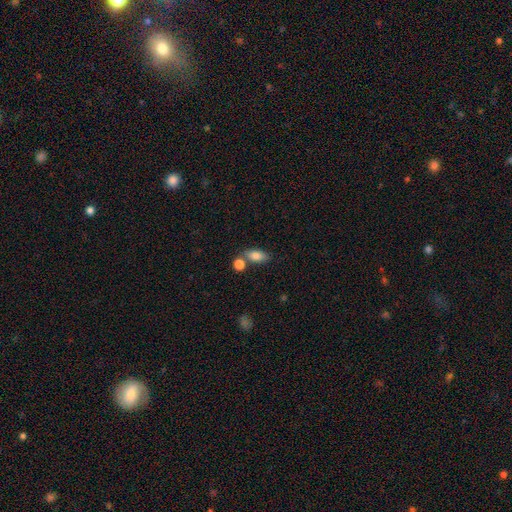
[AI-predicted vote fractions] smooth 82%, featured or disk 10%, star or artifact 8%. Down the decision tree: how rounded — in between (84%); merging — none (62%).